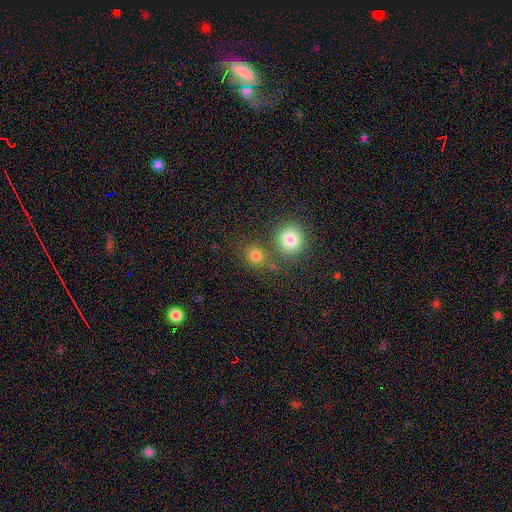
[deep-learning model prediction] Morphology: type=smooth (79%); roundness=round (80%); merging=none (69%).